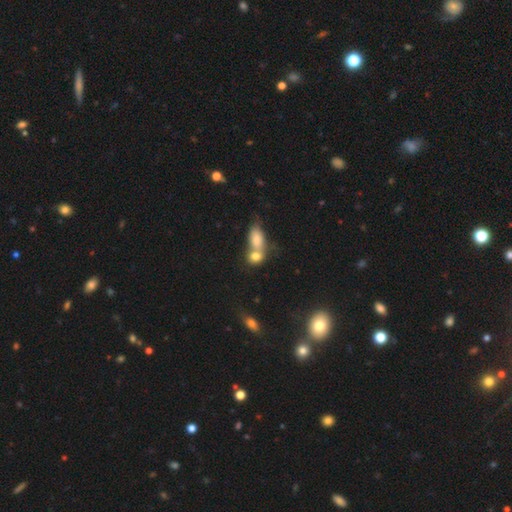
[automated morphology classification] The model was most divided on "merging": merger: 45%, none: 39%, minor disturbance: 9%, major disturbance: 6%. More confident: how rounded — in between (61%); smooth or featured — smooth (57%).